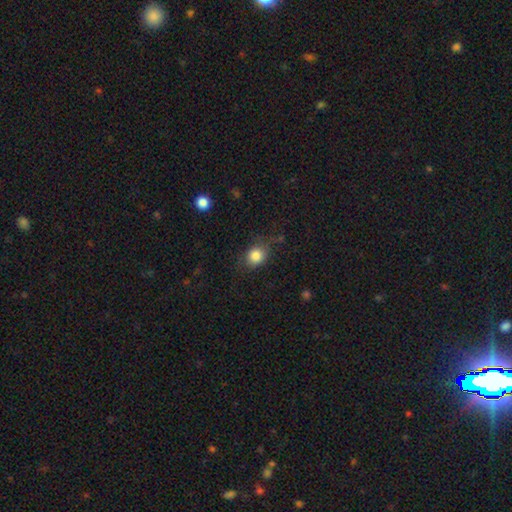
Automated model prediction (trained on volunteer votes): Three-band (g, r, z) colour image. It shows a smooth galaxy with no disk features (83%) that is round (61%). Merging: none (70%).